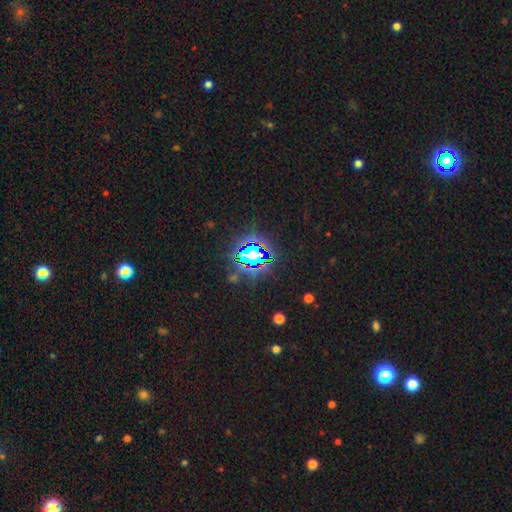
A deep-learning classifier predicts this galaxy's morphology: A star or artifact, not a galaxy (70%).

Vote fractions:
- Smooth or featured? star or artifact: 70% / smooth: 18% / featured or disk: 12%